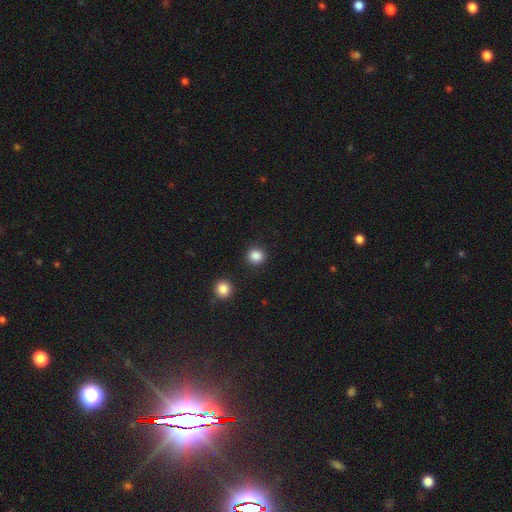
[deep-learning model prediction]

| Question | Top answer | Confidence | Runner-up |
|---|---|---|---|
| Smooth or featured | smooth | 86% | star or artifact (11%) |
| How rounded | round | 89% | in between (10%) |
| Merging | none | 91% | minor disturbance (5%) |